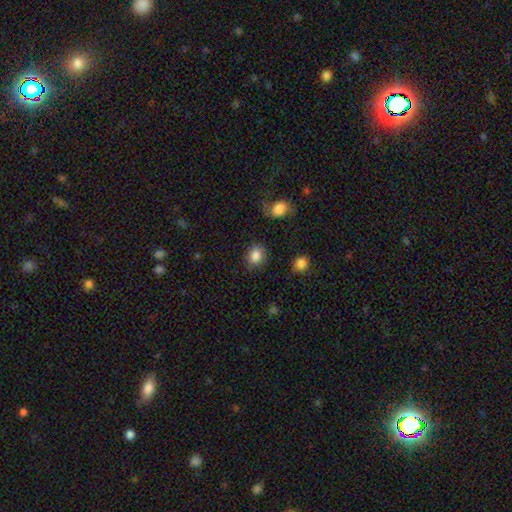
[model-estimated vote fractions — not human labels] Overall: smooth (86%). How rounded: round (54%; in between 45%). Merging: none (82%).